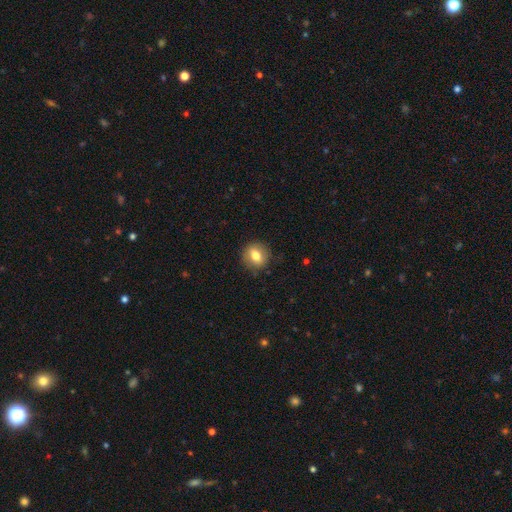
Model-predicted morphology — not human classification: Smooth or featured? smooth (73%)
How rounded? round (69%)
Merging? none (86%)